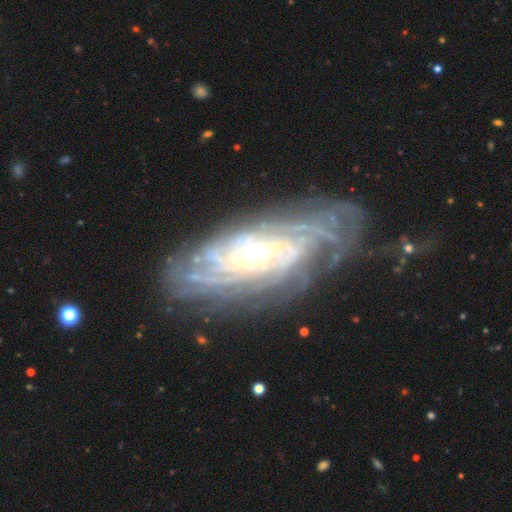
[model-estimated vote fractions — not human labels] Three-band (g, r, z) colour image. It shows a featured or disk galaxy (90%) with no bar (55%), tight (78%) spiral arms (97%) and a moderate central bulge (67%). Merging: none (75%).